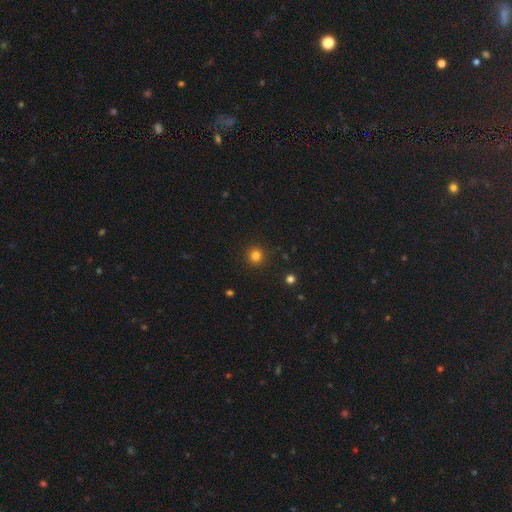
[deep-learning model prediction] smooth-or-featured: smooth: 80% | star or artifact: 15% | featured or disk: 5%
  how-rounded: round: 94% | in between: 5% | cigar-shaped: 1%
  merging: none: 92% | minor disturbance: 5% | major disturbance: 2% | merger: 1%